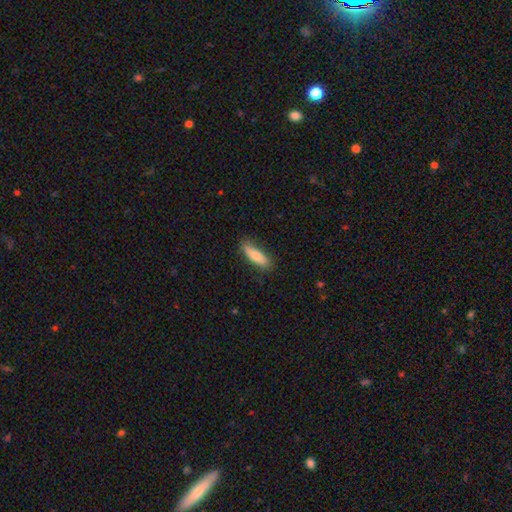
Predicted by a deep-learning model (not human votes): smooth-or-featured: smooth: 73% | featured or disk: 20% | star or artifact: 6%
  how-rounded: in between: 52% | cigar-shaped: 46% | round: 2%
  merging: none: 81% | minor disturbance: 15% | major disturbance: 3% | merger: 1%